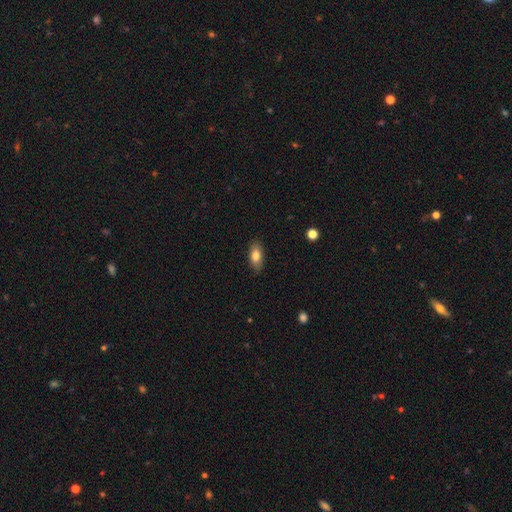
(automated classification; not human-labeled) A smooth galaxy with no disk features (79%) that is in between round and cigar-shaped (87%).

Vote fractions:
- Smooth or featured? smooth: 79% / featured or disk: 14% / star or artifact: 7%
- How rounded? in between: 87% / cigar-shaped: 9% / round: 4%
- Merging? none: 86% / minor disturbance: 11% / major disturbance: 2% / merger: 1%